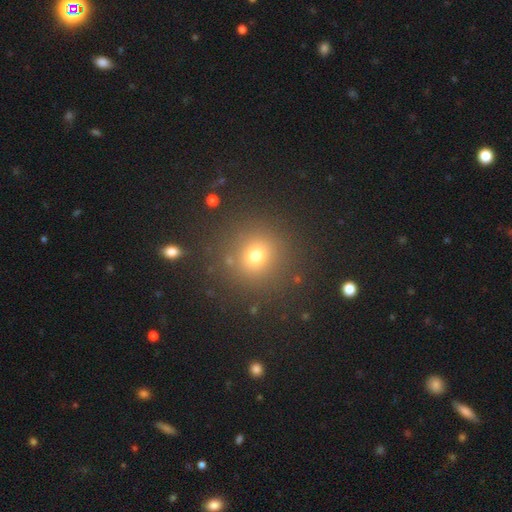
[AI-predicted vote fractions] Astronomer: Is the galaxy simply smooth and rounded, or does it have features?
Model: smooth — 71%.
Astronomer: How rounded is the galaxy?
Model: round — 91%.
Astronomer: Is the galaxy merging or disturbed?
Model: none — 87%.